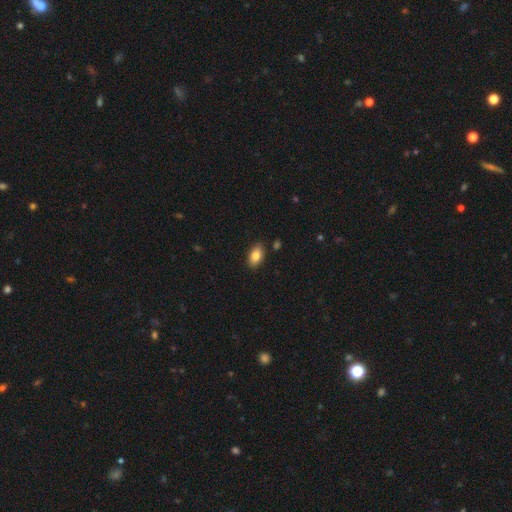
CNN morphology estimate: type=smooth (85%); roundness=in between (91%); merging=none (86%).